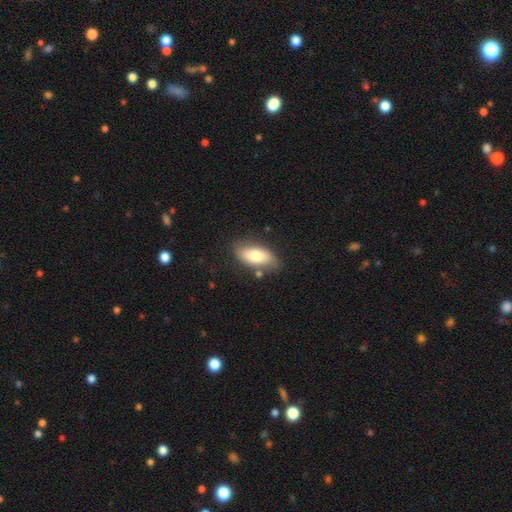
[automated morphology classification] smooth-or-featured: smooth: 74% | featured or disk: 20% | star or artifact: 6%
  how-rounded: in between: 89% | cigar-shaped: 8% | round: 3%
  merging: none: 73% | minor disturbance: 18% | merger: 5% | major disturbance: 4%